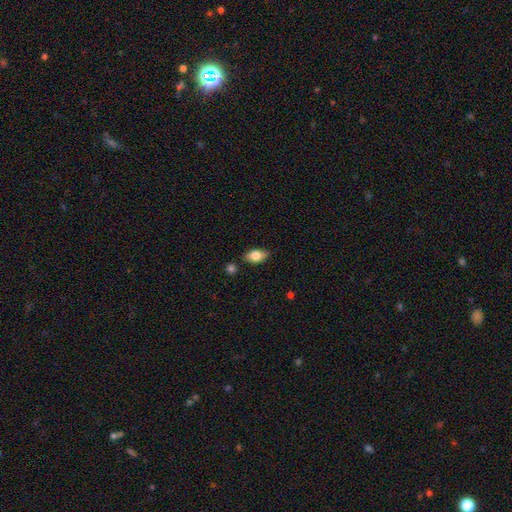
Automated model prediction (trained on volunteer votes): A smooth galaxy with no disk features (80%) that is in between round and cigar-shaped (89%).

Vote fractions:
- Smooth or featured? smooth: 80% / featured or disk: 13% / star or artifact: 7%
- How rounded? in between: 89% / round: 6% / cigar-shaped: 5%
- Merging? none: 83% / minor disturbance: 12% / merger: 3% / major disturbance: 2%